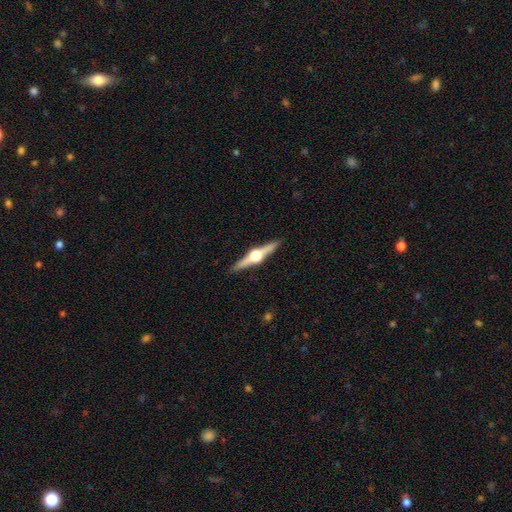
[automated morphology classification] Smooth or featured? Predicted: featured or disk (p=0.83). Edge-on disk? Predicted: yes (p=0.98). Edge-on bulge? Predicted: rounded (p=0.96). Merging? Predicted: none (p=0.92).